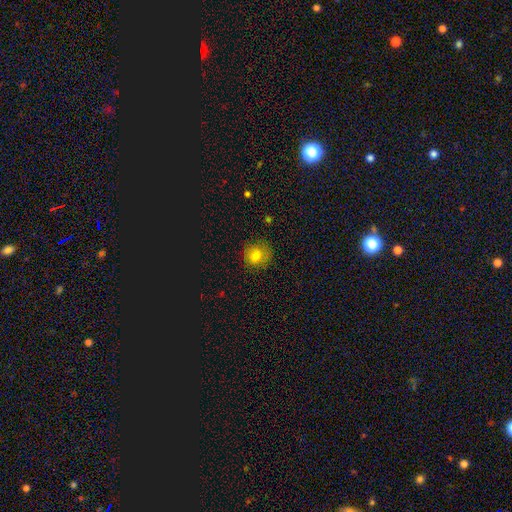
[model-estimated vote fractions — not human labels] A smooth galaxy with no disk features (76%) that is round (80%).

Vote fractions:
- Smooth or featured? smooth: 76% / star or artifact: 12% / featured or disk: 12%
- How rounded? round: 80% / in between: 19% / cigar-shaped: 1%
- Merging? none: 79% / minor disturbance: 15% / major disturbance: 5% / merger: 1%